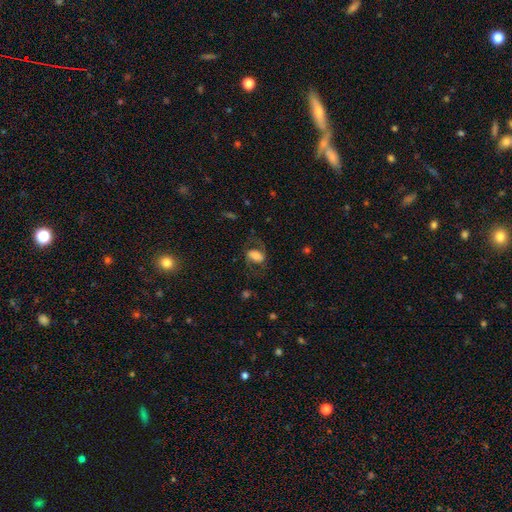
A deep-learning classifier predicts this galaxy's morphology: The model was most divided on "smooth or featured": featured or disk: 46%, smooth: 45%, star or artifact: 9%. More confident: merging — none (61%).